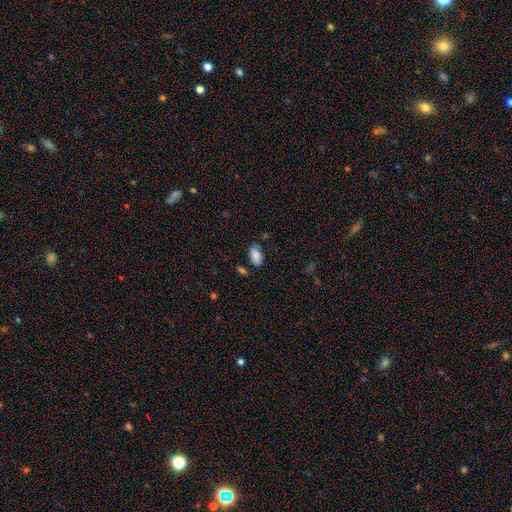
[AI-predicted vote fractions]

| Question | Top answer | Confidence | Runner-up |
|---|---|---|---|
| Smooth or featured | smooth | 85% | featured or disk (8%) |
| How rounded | in between | 94% | round (4%) |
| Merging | none | 70% | minor disturbance (20%) |